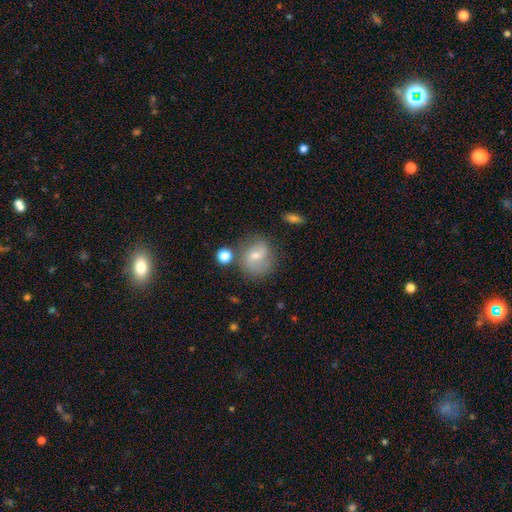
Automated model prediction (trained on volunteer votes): Overall: smooth (49%; featured or disk 40%). Merging: none (61%).